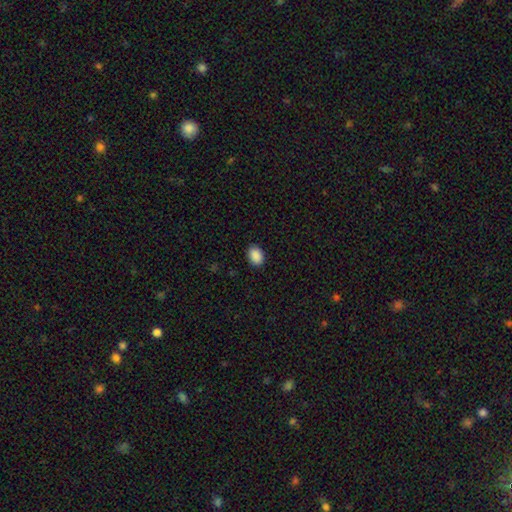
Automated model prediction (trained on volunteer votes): Smooth or featured? Predicted: smooth (p=0.90). How rounded? Predicted: in between (p=0.79). Merging? Predicted: none (p=0.89).